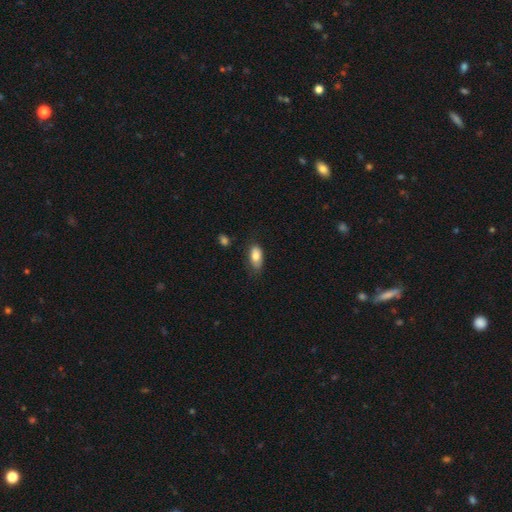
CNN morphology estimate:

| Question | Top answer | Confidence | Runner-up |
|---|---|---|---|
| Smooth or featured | smooth | 80% | featured or disk (13%) |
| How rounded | in between | 91% | cigar-shaped (6%) |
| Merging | none | 69% | minor disturbance (24%) |